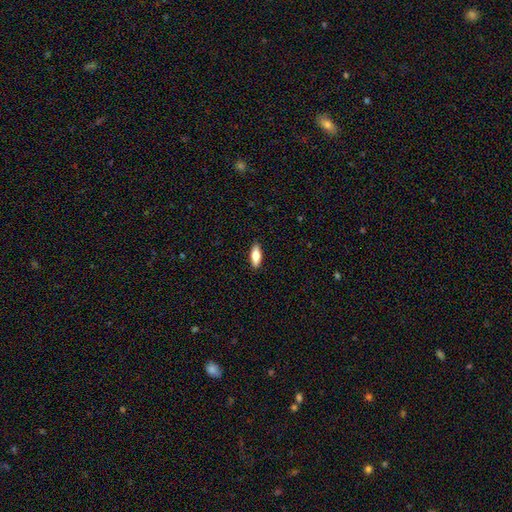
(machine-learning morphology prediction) smooth_or_featured: smooth (p=0.74) [alt: featured or disk p=0.20]
how_rounded: in between (p=0.69) [alt: cigar-shaped p=0.29]
merging: none (p=0.90) [alt: minor disturbance p=0.08]